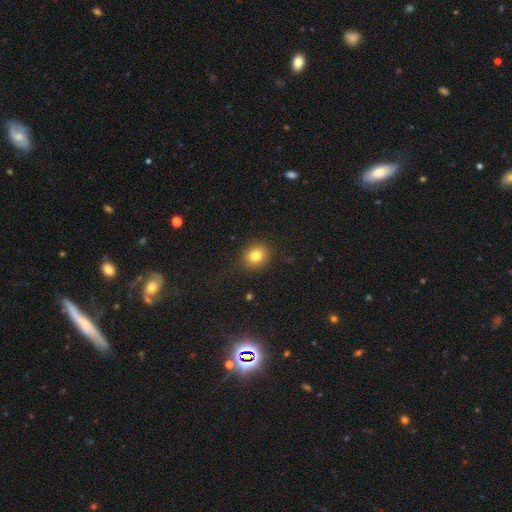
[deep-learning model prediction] A smooth galaxy with no disk features (81%) that is round (70%). Merging: none (88%).